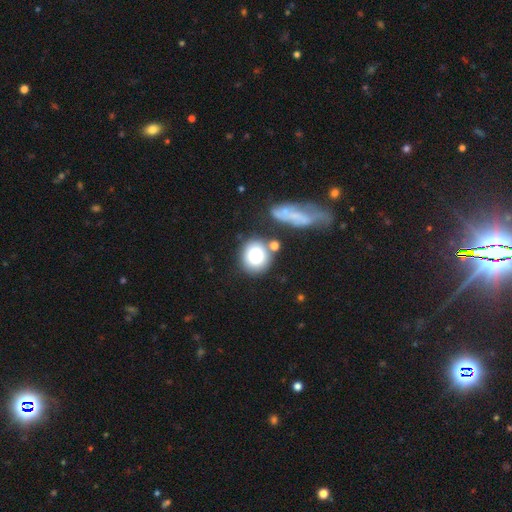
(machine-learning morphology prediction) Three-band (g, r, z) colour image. It shows a smooth galaxy with no disk features (79%) that is round (80%). Merging: none (62%).